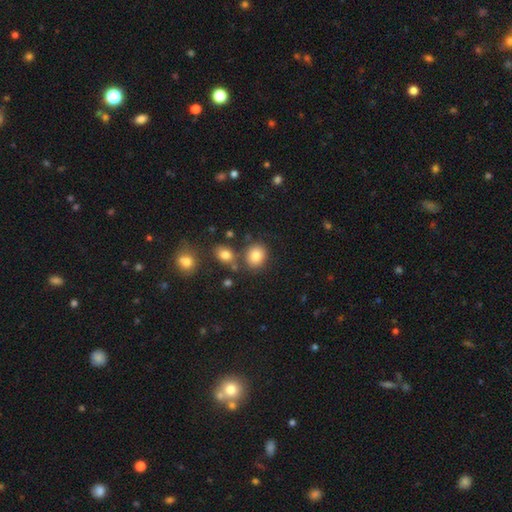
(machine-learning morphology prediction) This is clearly a smooth galaxy (81%). How rounded: likely round (66%). Merging: likely none (76%).